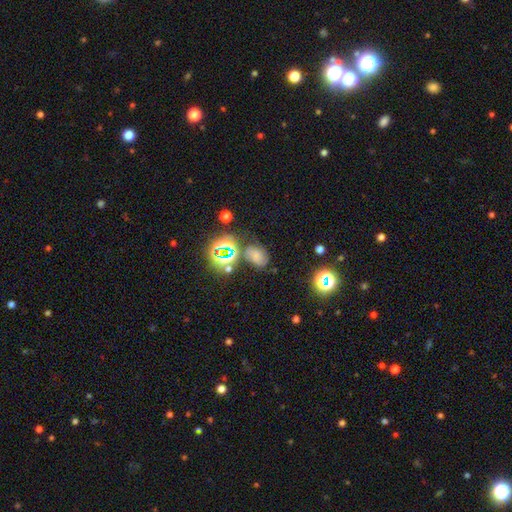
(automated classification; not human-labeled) A smooth galaxy with no disk features (49%). Merging: none (51%).